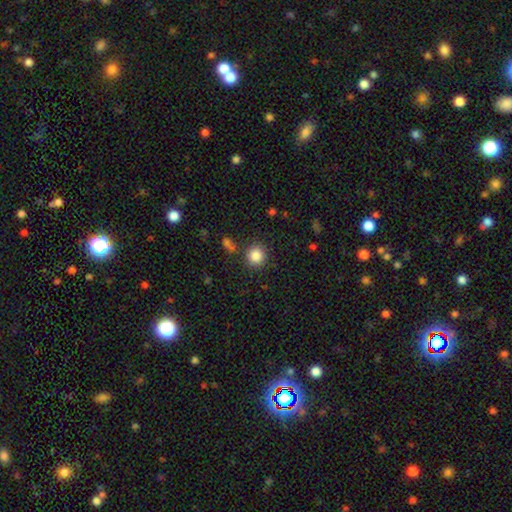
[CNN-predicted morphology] This is clearly a smooth galaxy (85%). How rounded: clearly round (91%). Merging: clearly none (86%).